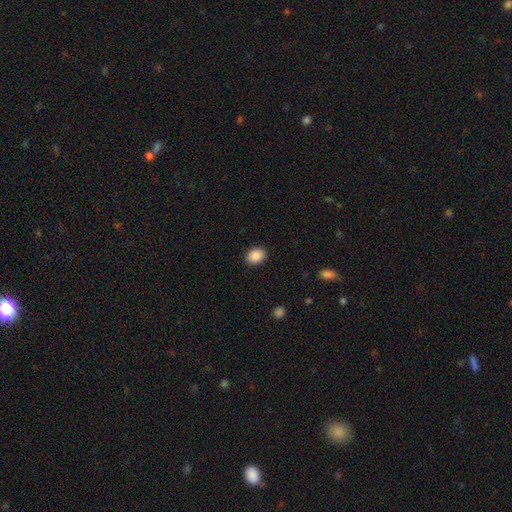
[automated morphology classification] The model was most divided on "how rounded": in between: 51%, round: 48%, cigar-shaped: 1%. More confident: merging — none (90%); smooth or featured — smooth (90%).